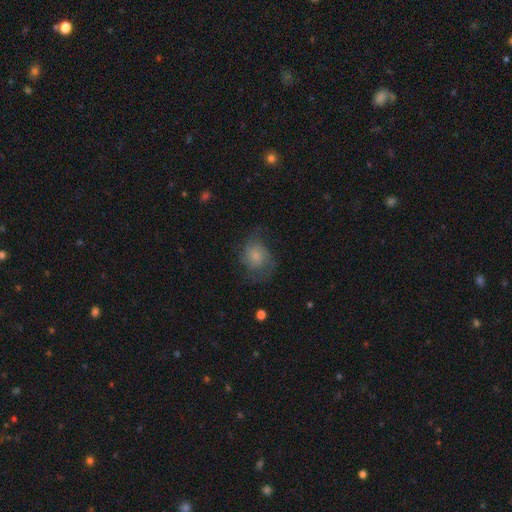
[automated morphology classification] Smooth or featured? featured or disk (46%)
Merging? none (55%)